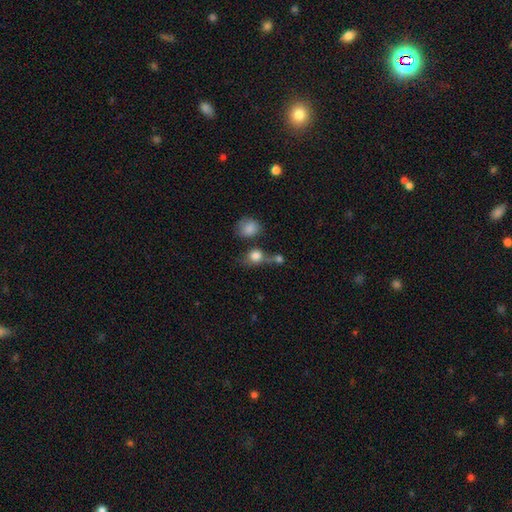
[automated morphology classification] Smooth or featured? smooth (80%)
How rounded? round (61%)
Merging? none (43%)